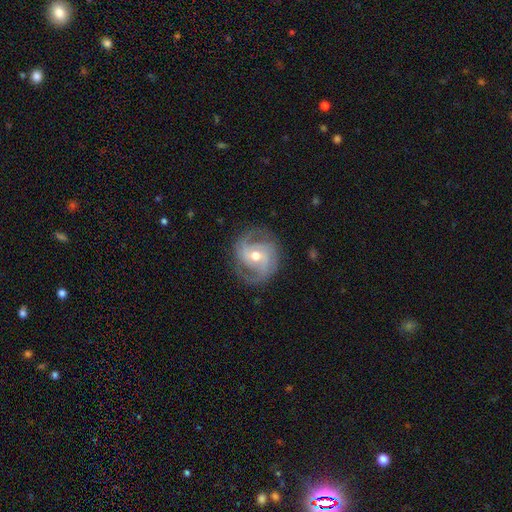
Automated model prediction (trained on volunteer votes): This is clearly a featured or disk galaxy (88%). It is clearly not viewed edge-on (98%). Bar: possibly no (50%). Spiral arm pattern: clearly yes (96%). Spiral arm count: possibly 2 (54%). Spiral winding: possibly medium (46%). Central bulge: likely moderate (69%). Merging: likely none (78%).